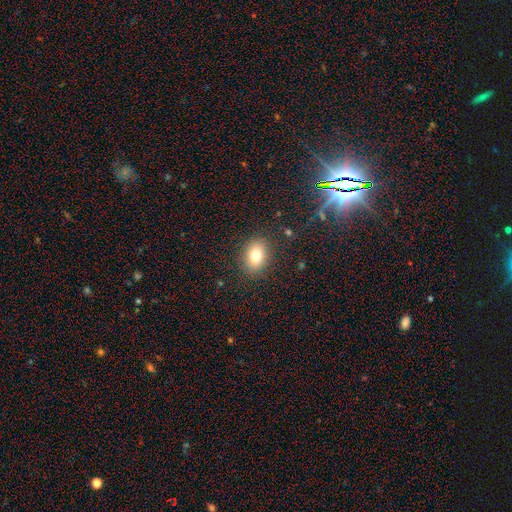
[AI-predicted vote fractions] Overall: smooth (77%). How rounded: in between (68%; round 31%). Merging: none (87%).